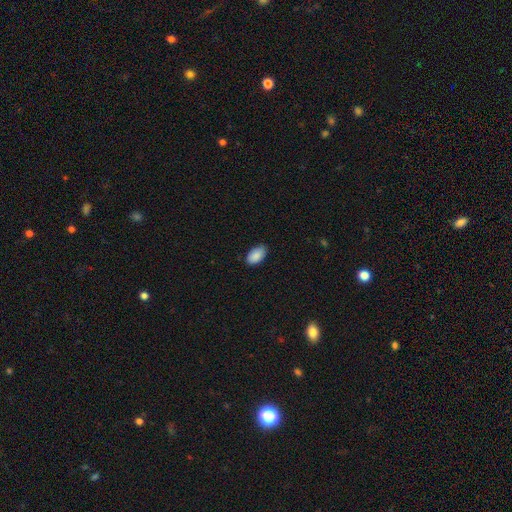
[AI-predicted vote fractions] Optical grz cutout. It shows a smooth galaxy with no disk features (89%) that is in between round and cigar-shaped (94%). Merging: none (81%).